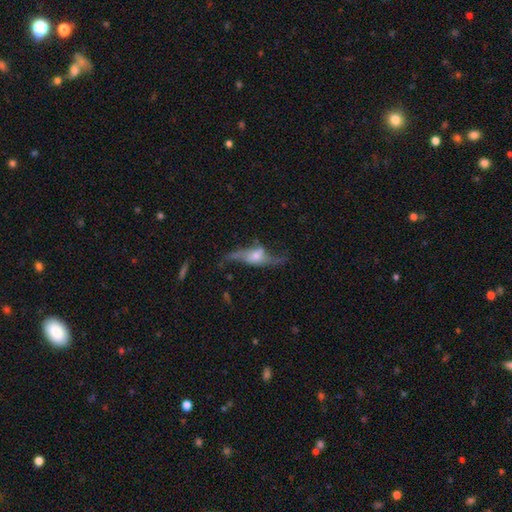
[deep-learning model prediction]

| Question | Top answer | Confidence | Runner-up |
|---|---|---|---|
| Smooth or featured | featured or disk | 76% | smooth (17%) |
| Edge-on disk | no | 72% | yes (28%) |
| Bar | no | 58% | weak (31%) |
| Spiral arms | yes | 84% | no (16%) |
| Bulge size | moderate | 45% | small (39%) |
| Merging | none | 51% | major disturbance (22%) |